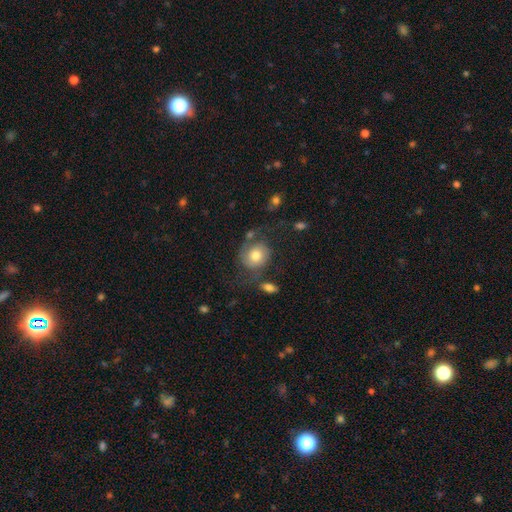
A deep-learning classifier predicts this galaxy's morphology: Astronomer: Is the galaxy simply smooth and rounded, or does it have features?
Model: smooth — 48% (runner-up: featured or disk, 44%).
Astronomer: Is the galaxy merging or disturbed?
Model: none — 49%.